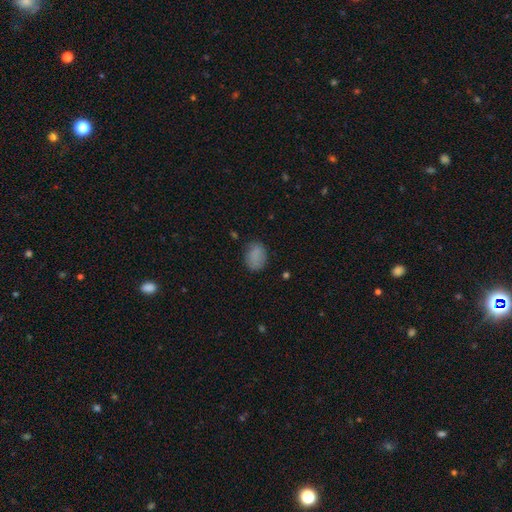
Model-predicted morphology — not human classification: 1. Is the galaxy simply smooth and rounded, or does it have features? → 84% smooth, 10% star or artifact, 6% featured or disk.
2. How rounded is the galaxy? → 66% in between, 33% round, 1% cigar-shaped.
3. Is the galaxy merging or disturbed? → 76% none, 18% minor disturbance, 5% major disturbance, 2% merger.